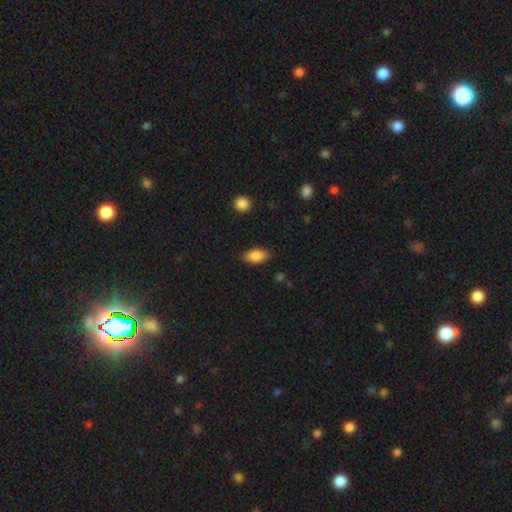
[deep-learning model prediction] A smooth galaxy with no disk features (85%) that is in between round and cigar-shaped (90%). Merging: none (86%).